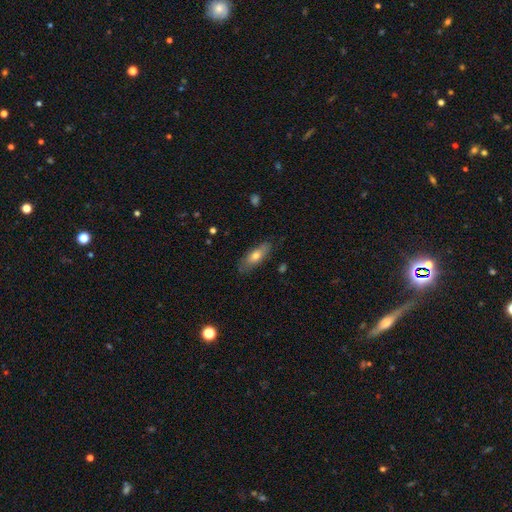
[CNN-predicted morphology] This is likely a smooth galaxy (67%). How rounded: likely in between (68%). Merging: likely none (80%).